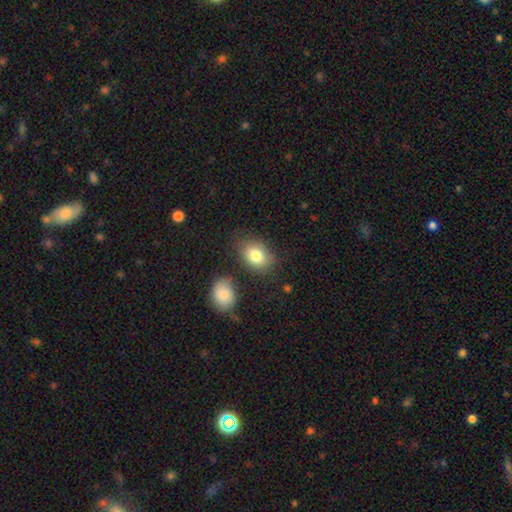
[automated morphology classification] smooth 82%, featured or disk 10%, star or artifact 8%. Down the decision tree: how rounded — in between (71%); merging — none (75%).